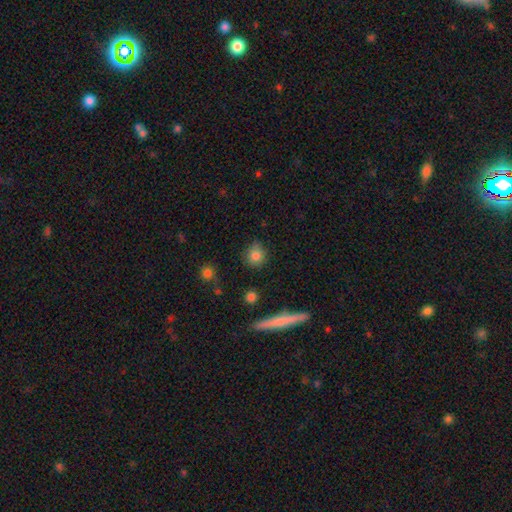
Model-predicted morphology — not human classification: smooth-or-featured: smooth: 82% | star or artifact: 11% | featured or disk: 8%
  how-rounded: round: 85% | in between: 13% | cigar-shaped: 2%
  merging: none: 82% | minor disturbance: 13% | major disturbance: 3% | merger: 3%